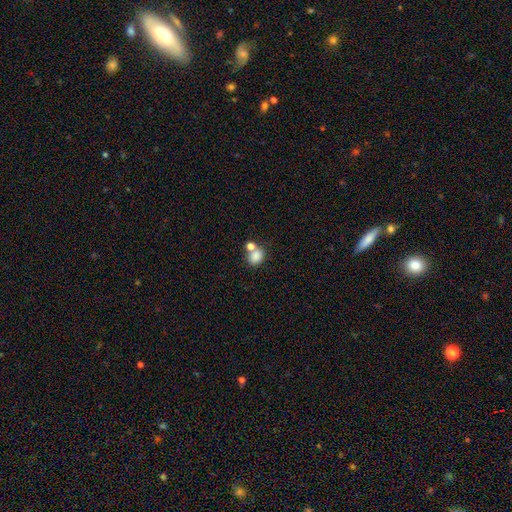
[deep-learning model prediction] Overall: smooth (82%). How rounded: in between (52%; round 47%). Merging: none (45%; merger 40%).